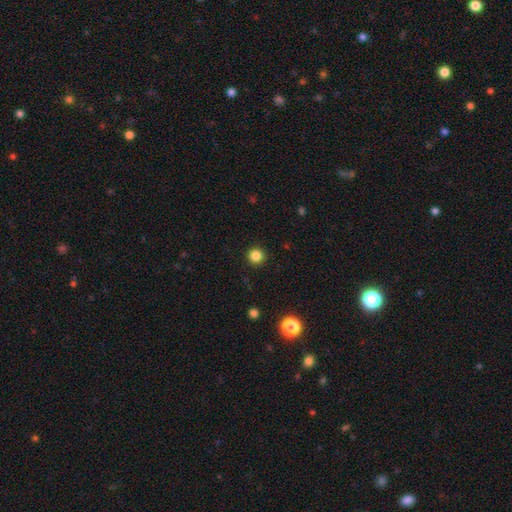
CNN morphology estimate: Smooth or featured?
  - smooth: 84% *
  - star or artifact: 12%
  - featured or disk: 4%
How rounded?
  - round: 96% *
  - in between: 3%
  - cigar-shaped: 1%
Merging?
  - none: 93% *
  - minor disturbance: 5%
  - major disturbance: 2%
  - merger: 1%